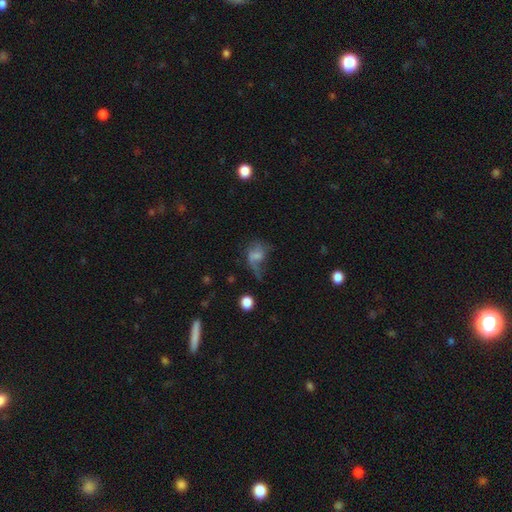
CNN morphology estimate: A smooth galaxy with no disk features (44%).

Vote fractions:
- Smooth or featured? smooth: 44% / featured or disk: 42% / star or artifact: 14%
- Merging? major disturbance: 45% / none: 26% / minor disturbance: 22% / merger: 6%